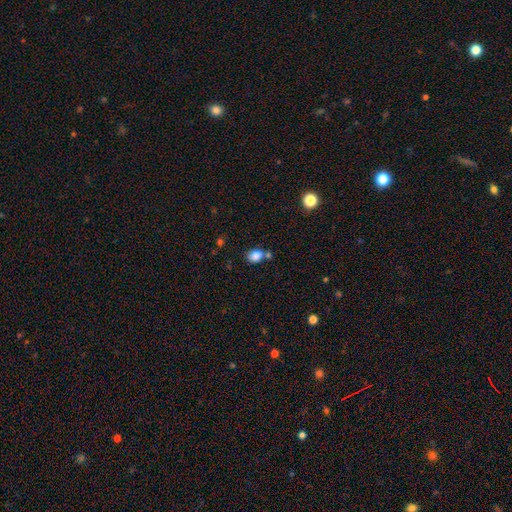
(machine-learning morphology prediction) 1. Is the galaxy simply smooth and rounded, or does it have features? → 84% smooth, 10% star or artifact, 6% featured or disk.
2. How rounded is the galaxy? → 58% in between, 41% round, 1% cigar-shaped.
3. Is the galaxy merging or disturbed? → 56% none, 24% merger, 15% minor disturbance, 5% major disturbance.